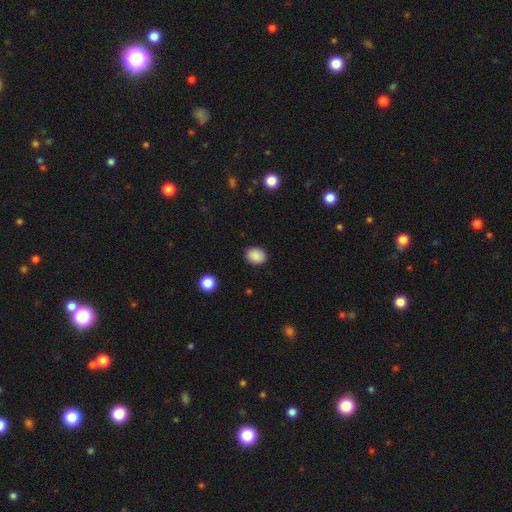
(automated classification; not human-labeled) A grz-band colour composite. It shows a smooth galaxy with no disk features (88%) that is round (51%). Merging: none (89%).